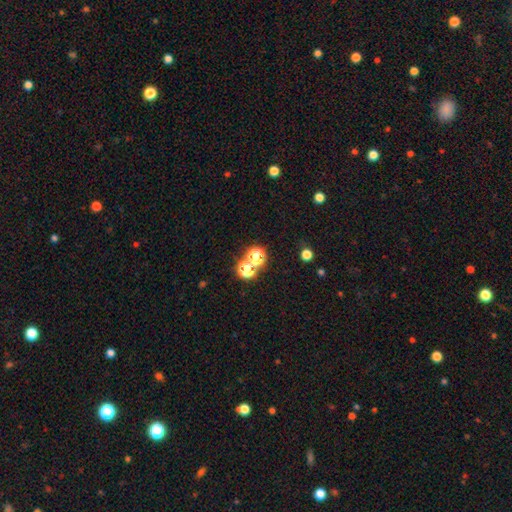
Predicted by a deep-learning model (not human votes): The model was most divided on "smooth or featured": smooth: 50%, star or artifact: 42%, featured or disk: 8%. More confident: how rounded — round (85%); merging — none (65%).